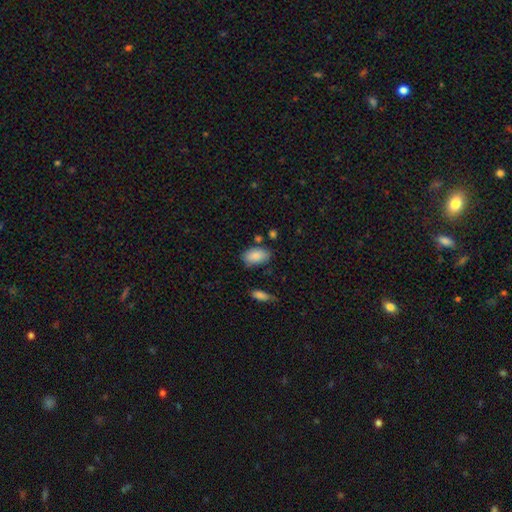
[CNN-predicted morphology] A smooth galaxy with no disk features (87%) that is in between round and cigar-shaped (93%).

Vote fractions:
- Smooth or featured? smooth: 87% / star or artifact: 7% / featured or disk: 6%
- How rounded? in between: 93% / round: 5% / cigar-shaped: 2%
- Merging? none: 74% / minor disturbance: 17% / merger: 6% / major disturbance: 4%